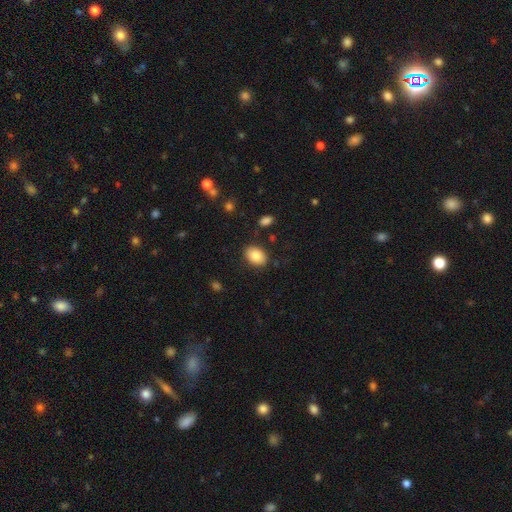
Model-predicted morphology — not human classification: Smooth or featured? Predicted: smooth (p=0.85). How rounded? Predicted: in between (p=0.80). Merging? Predicted: none (p=0.85).